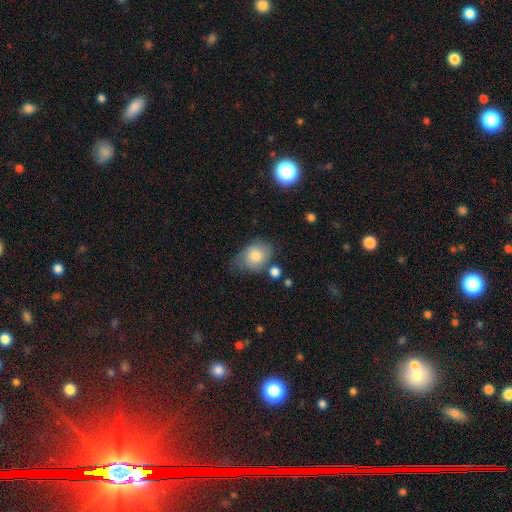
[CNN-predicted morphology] smooth_or_featured: smooth (p=0.76) [alt: featured or disk p=0.16]
how_rounded: in between (p=0.63) [alt: round p=0.36]
merging: none (p=0.51) [alt: minor disturbance p=0.30]